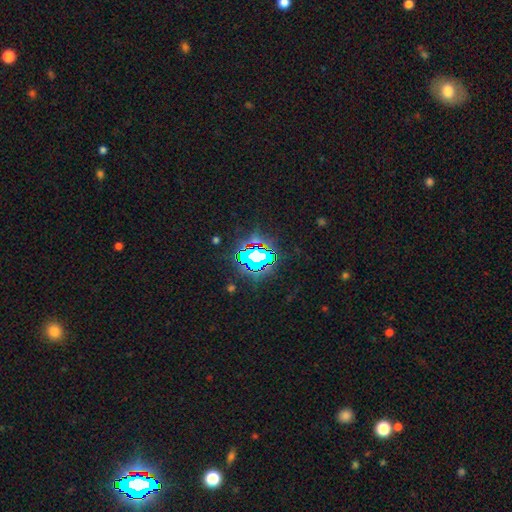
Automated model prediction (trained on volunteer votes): Smooth or featured: star or artifact — 73% (smooth — 15%)